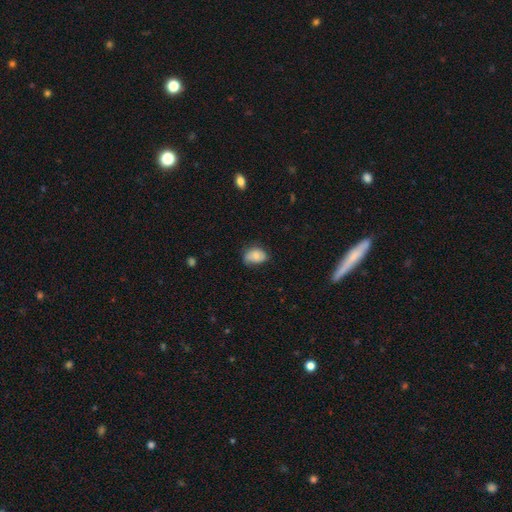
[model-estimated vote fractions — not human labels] A smooth galaxy with no disk features (73%) that is in between round and cigar-shaped (80%).

Vote fractions:
- Smooth or featured? smooth: 73% / featured or disk: 19% / star or artifact: 8%
- How rounded? in between: 80% / round: 19% / cigar-shaped: 1%
- Merging? none: 57% / minor disturbance: 34% / major disturbance: 8% / merger: 2%